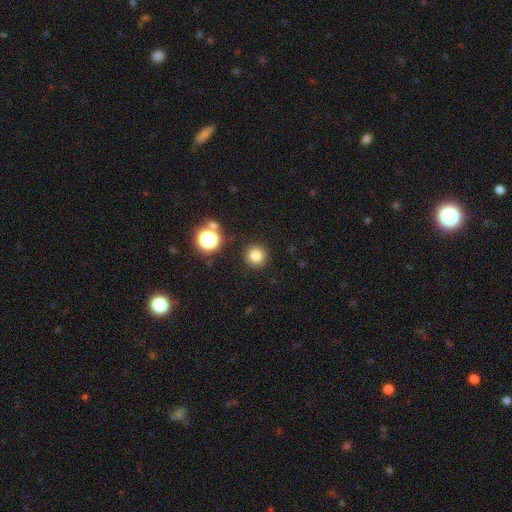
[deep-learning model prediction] The model was most divided on "smooth or featured": smooth: 79%, star or artifact: 15%, featured or disk: 6%. More confident: how rounded — round (95%); merging — none (89%).